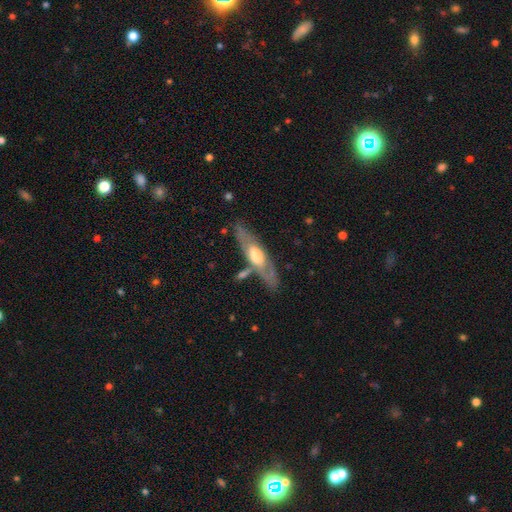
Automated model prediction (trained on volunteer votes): This is likely a featured or disk galaxy (62%). It is possibly viewed edge-on (59%). Merging: likely none (70%).